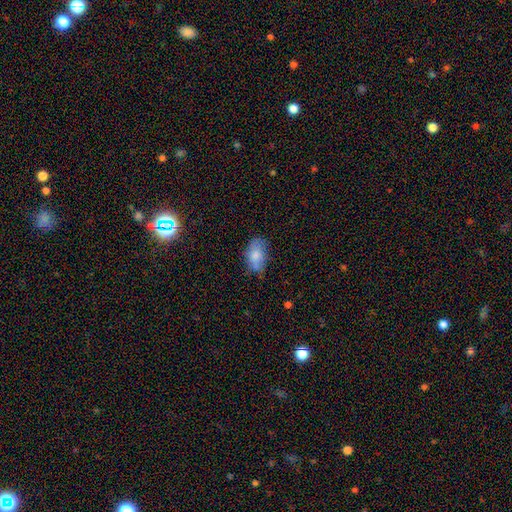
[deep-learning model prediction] Morphology: type=smooth (75%); roundness=in between (90%); merging=none (58%).